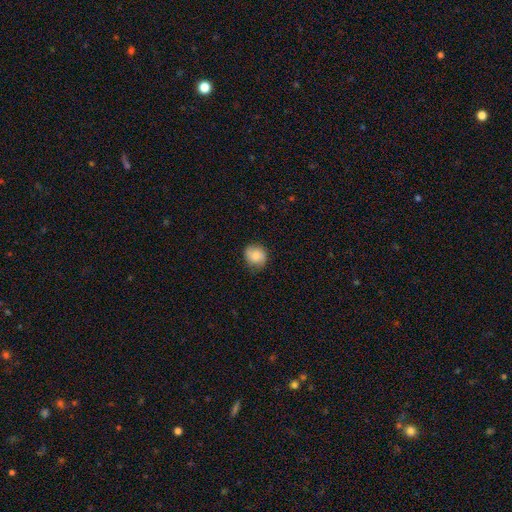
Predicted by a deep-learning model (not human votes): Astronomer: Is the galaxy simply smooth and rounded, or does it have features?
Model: smooth — 79%.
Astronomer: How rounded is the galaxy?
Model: round — 81%.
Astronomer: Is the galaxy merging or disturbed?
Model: none — 74%.